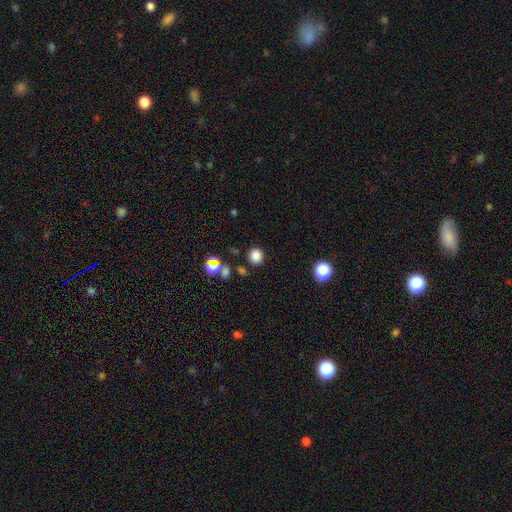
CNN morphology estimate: Smooth or featured? Predicted: smooth (p=0.82). How rounded? Predicted: round (p=0.80). Merging? Predicted: none (p=0.84).